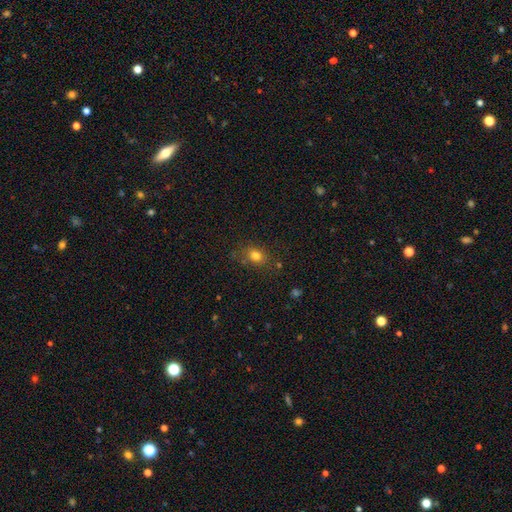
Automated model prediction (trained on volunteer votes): Overall: smooth (78%). How rounded: in between (53%; round 46%). Merging: none (75%).